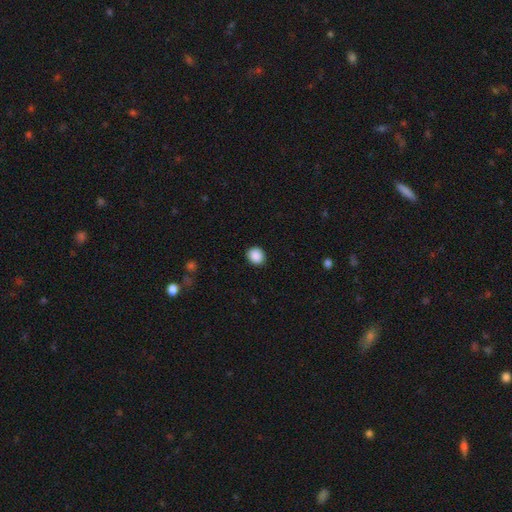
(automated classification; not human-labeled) smooth_or_featured: smooth (p=0.89) [alt: star or artifact p=0.08]
how_rounded: round (p=0.71) [alt: in between p=0.28]
merging: none (p=0.90) [alt: minor disturbance p=0.07]